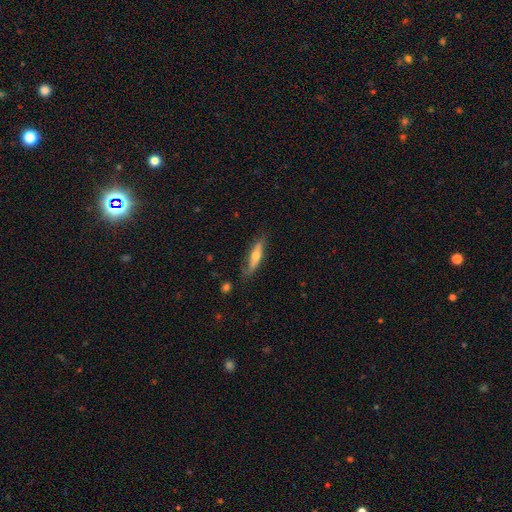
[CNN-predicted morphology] A featured or disk galaxy (48%). Merging: none (68%).